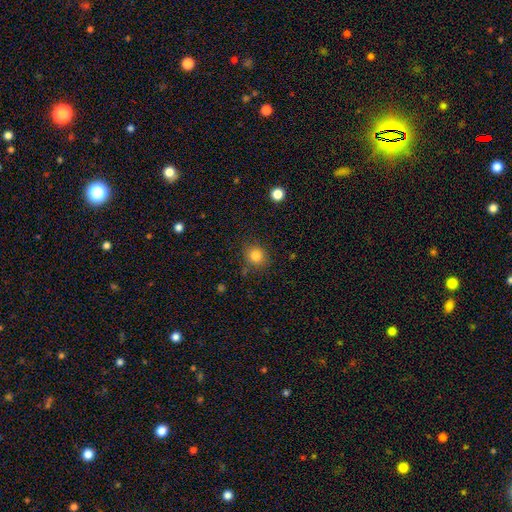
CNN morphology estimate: The model was most divided on "smooth or featured": smooth: 82%, star or artifact: 12%, featured or disk: 6%. More confident: how rounded — round (87%); merging — none (83%).